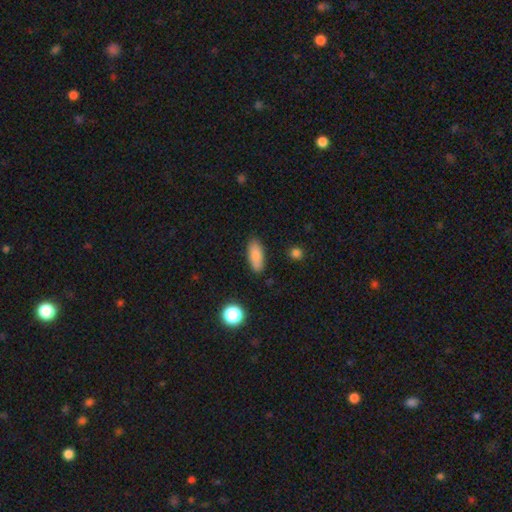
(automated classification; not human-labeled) Smooth or featured? Predicted: smooth (p=0.86). How rounded? Predicted: in between (p=0.78). Merging? Predicted: none (p=0.86).